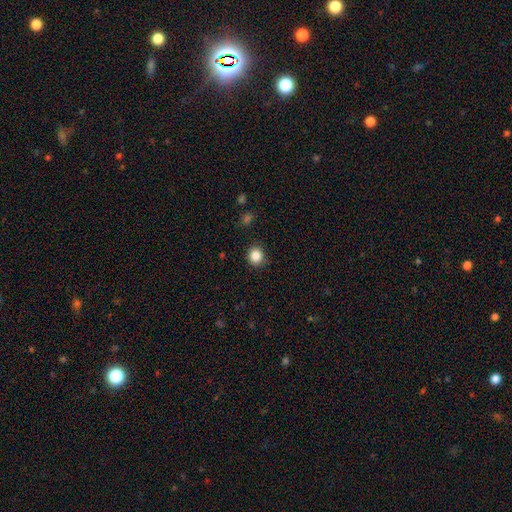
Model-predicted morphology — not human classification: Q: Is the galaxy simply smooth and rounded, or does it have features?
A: smooth — 85%.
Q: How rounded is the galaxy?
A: round — 87%.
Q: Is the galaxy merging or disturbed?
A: none — 88%.